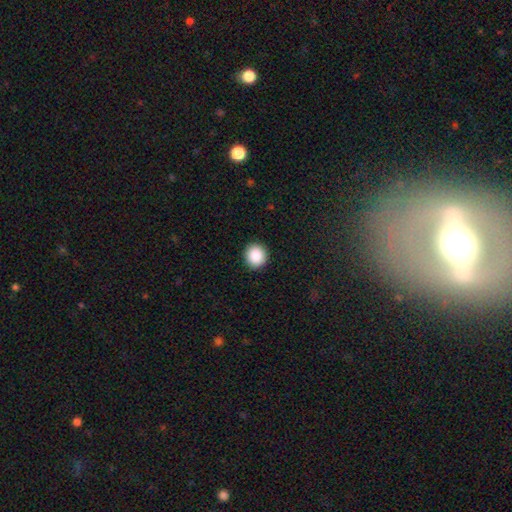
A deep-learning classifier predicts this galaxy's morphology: This is clearly a smooth galaxy (89%). How rounded: clearly round (91%). Merging: clearly none (92%).